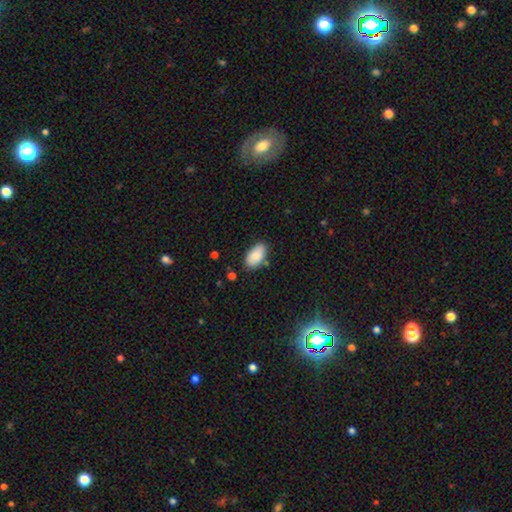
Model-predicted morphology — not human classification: Q: Smooth or featured?
A: smooth (87%); runner-up: star or artifact (7%)
Q: How rounded?
A: in between (95%); runner-up: round (3%)
Q: Merging?
A: none (78%); runner-up: minor disturbance (16%)